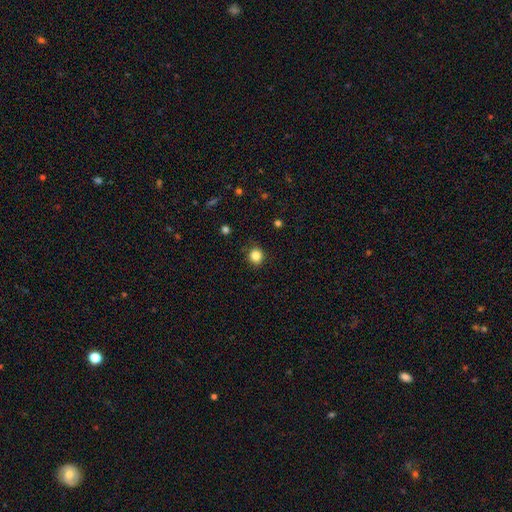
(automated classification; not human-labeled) The model was most divided on "how rounded": round: 84%, in between: 15%, cigar-shaped: 1%. More confident: merging — none (87%); smooth or featured — smooth (85%).